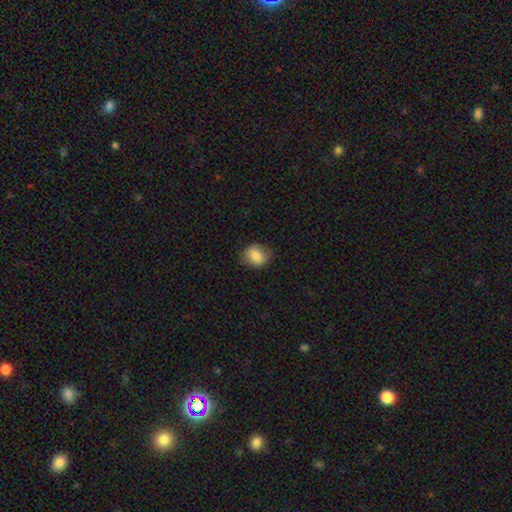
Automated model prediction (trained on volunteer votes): A smooth galaxy with no disk features (82%) that is round (60%).

Vote fractions:
- Smooth or featured? smooth: 82% / featured or disk: 10% / star or artifact: 8%
- How rounded? round: 60% / in between: 39% / cigar-shaped: 1%
- Merging? none: 77% / minor disturbance: 18% / major disturbance: 5% / merger: 1%